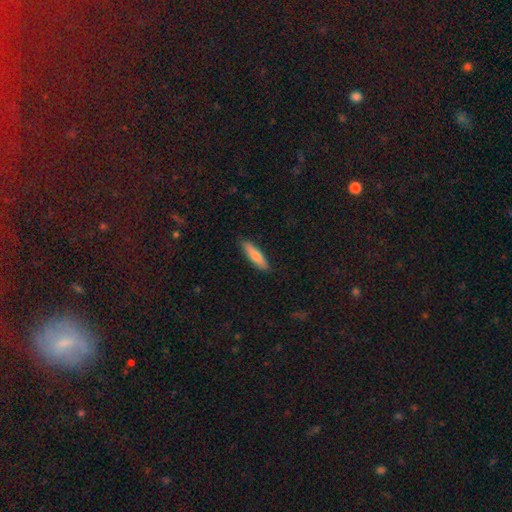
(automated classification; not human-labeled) smooth 81%, featured or disk 13%, star or artifact 5%. Down the decision tree: how rounded — cigar-shaped (75%); merging — none (86%).